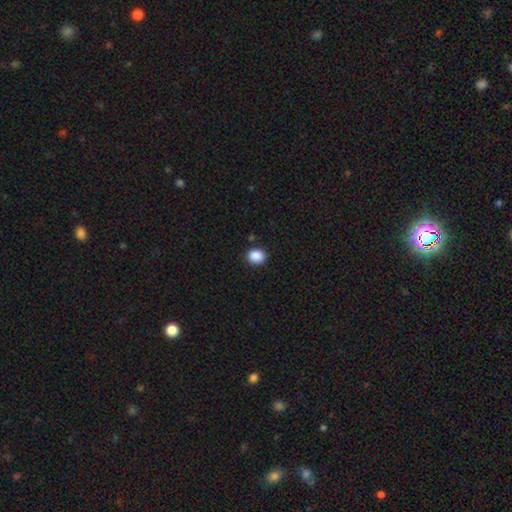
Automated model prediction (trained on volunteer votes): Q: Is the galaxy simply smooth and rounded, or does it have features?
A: smooth — 88%.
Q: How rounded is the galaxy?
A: round — 62%.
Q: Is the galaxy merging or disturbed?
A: none — 89%.